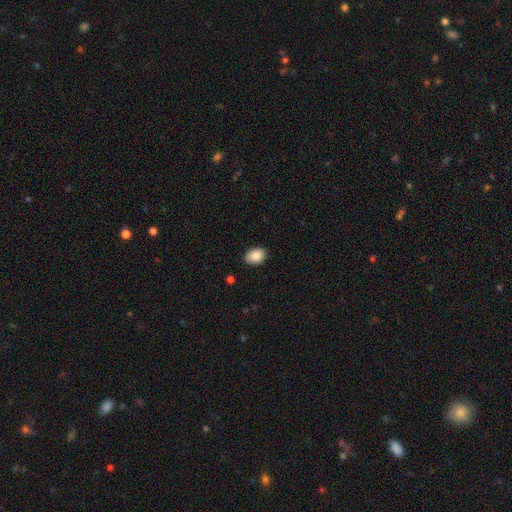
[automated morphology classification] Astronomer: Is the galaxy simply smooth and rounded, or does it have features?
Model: smooth — 88%.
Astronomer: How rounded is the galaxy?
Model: in between — 82%.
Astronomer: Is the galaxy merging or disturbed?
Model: none — 86%.